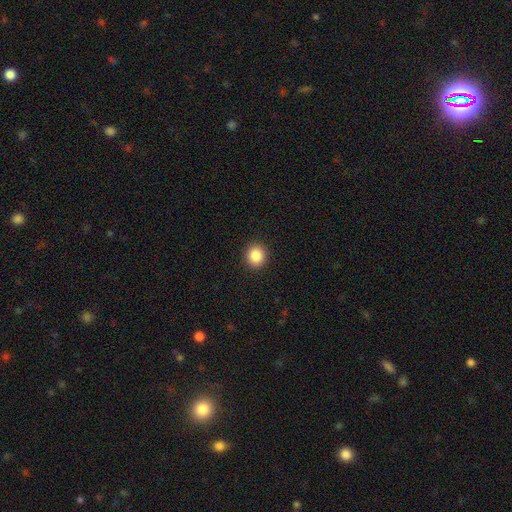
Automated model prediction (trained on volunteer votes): Q: Smooth or featured?
A: smooth (87%); runner-up: star or artifact (10%)
Q: How rounded?
A: round (90%); runner-up: in between (9%)
Q: Merging?
A: none (92%); runner-up: minor disturbance (5%)